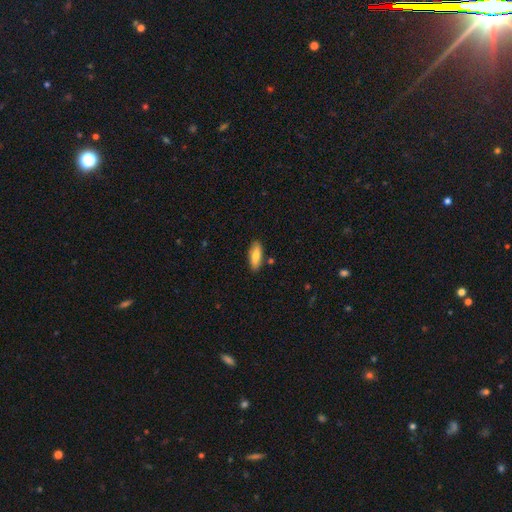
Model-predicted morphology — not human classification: Smooth or featured: smooth — 77% (featured or disk — 17%)
How rounded: in between — 68% (cigar-shaped — 30%)
Merging: none — 83% (minor disturbance — 11%)